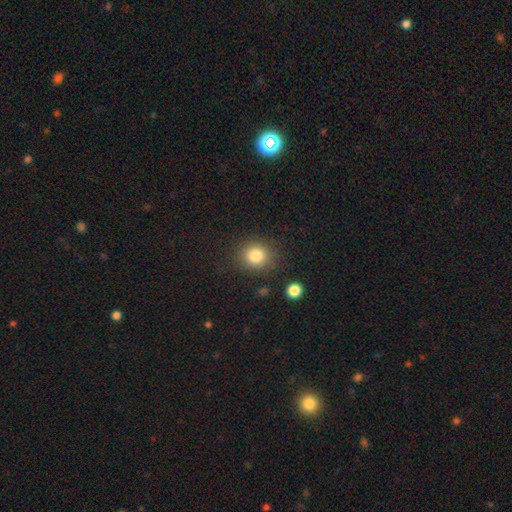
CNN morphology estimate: Overall: smooth (84%). How rounded: round (78%). Merging: none (83%).